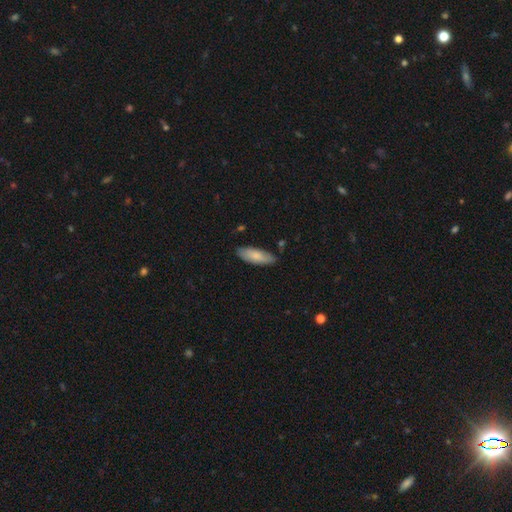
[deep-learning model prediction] This appears to be a smooth galaxy with no disk features (79%) that is in between round and cigar-shaped (71%). Merging: none (80%).